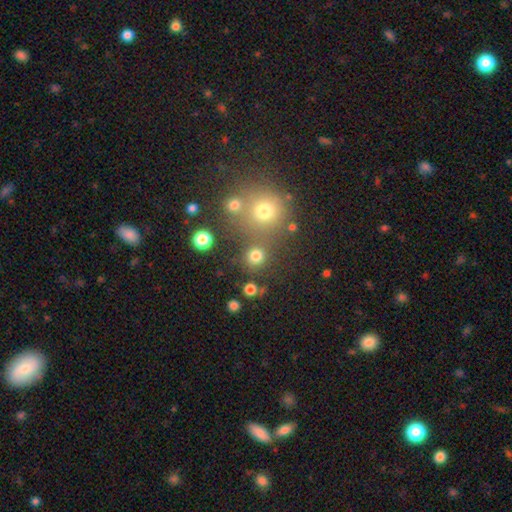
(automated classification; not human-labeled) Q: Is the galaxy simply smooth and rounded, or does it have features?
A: smooth — 78%.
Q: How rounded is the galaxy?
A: round — 91%.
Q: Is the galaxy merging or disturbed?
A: none — 76%.